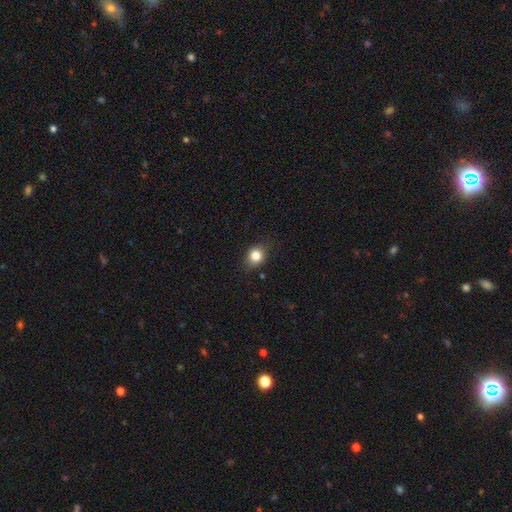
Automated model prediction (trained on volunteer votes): Overall: smooth (83%). How rounded: round (60%; in between 39%). Merging: none (80%).